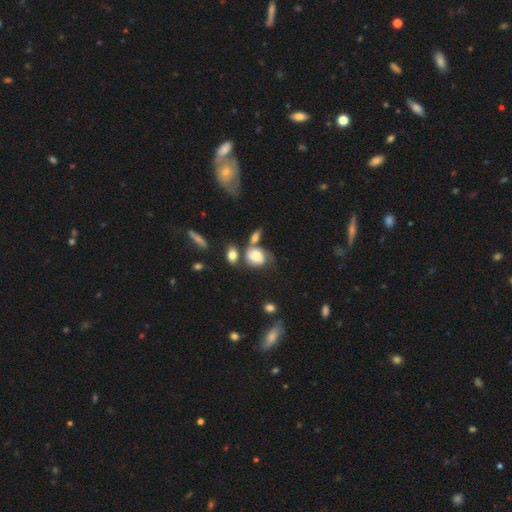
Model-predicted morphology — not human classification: Overall: smooth (59%; featured or disk 31%). How rounded: in between (59%; round 40%). Merging: none (31%; merger 28%).